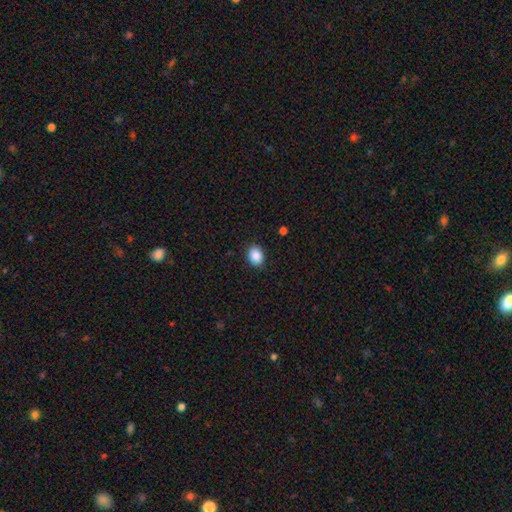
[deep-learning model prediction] A smooth galaxy with no disk features (88%) that is in between round and cigar-shaped (58%).

Vote fractions:
- Smooth or featured? smooth: 88% / star or artifact: 8% / featured or disk: 3%
- How rounded? in between: 58% / round: 41% / cigar-shaped: 1%
- Merging? none: 89% / minor disturbance: 7% / major disturbance: 2% / merger: 1%